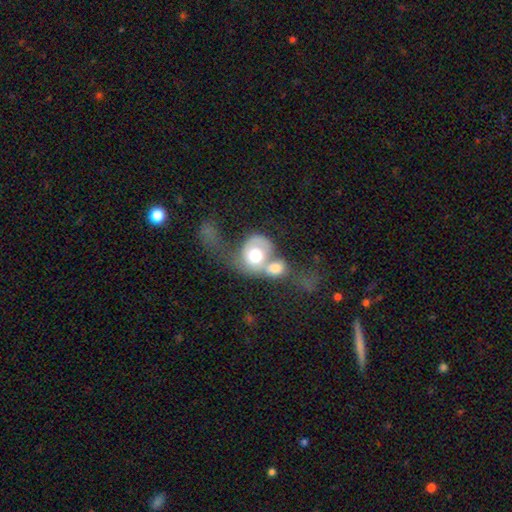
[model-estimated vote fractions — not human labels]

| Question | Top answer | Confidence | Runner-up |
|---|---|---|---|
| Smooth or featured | smooth | 52% | featured or disk (41%) |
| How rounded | round | 64% | in between (35%) |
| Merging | merger | 69% | major disturbance (17%) |